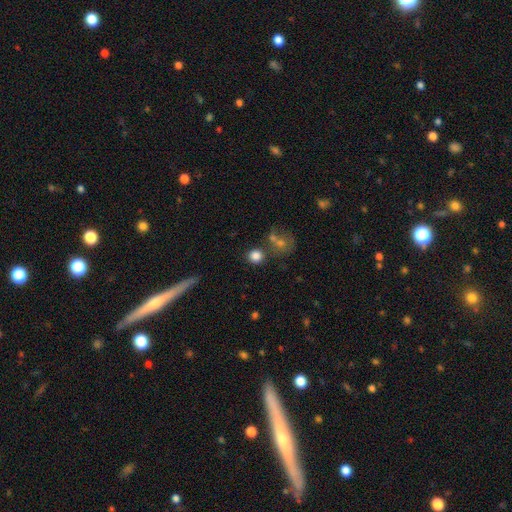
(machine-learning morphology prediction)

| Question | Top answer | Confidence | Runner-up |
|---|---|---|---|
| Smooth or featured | smooth | 82% | star or artifact (12%) |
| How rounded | round | 85% | in between (13%) |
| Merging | none | 71% | merger (15%) |